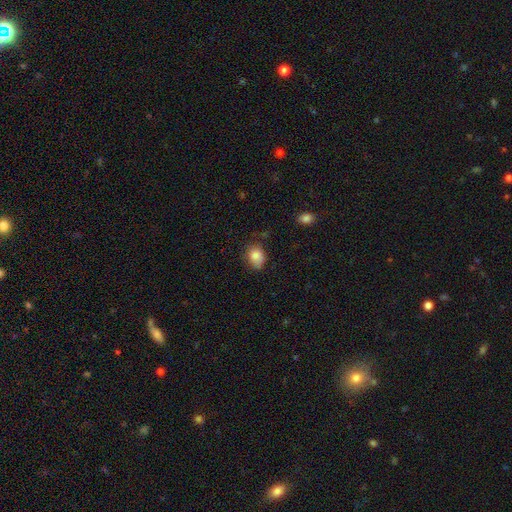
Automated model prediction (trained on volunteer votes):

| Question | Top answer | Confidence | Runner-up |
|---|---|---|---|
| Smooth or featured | smooth | 83% | star or artifact (9%) |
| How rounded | in between | 56% | round (43%) |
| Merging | none | 64% | minor disturbance (28%) |